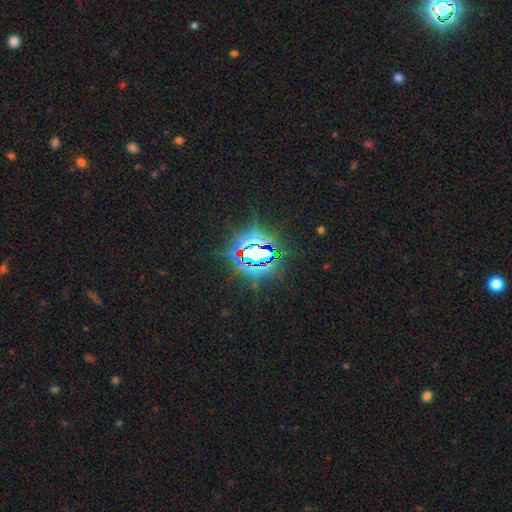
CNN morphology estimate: Q: Smooth or featured?
A: star or artifact (81%); runner-up: smooth (10%)